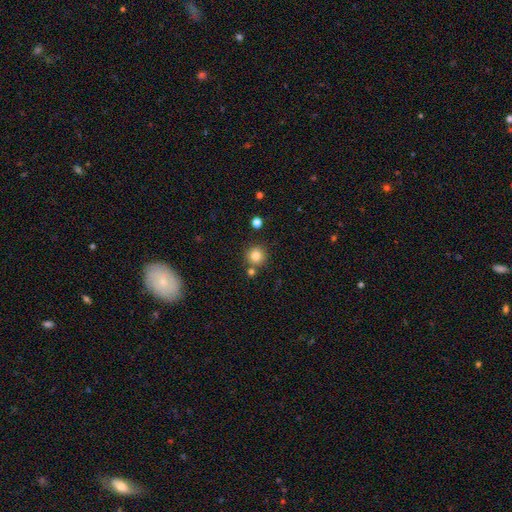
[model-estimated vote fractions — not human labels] A smooth galaxy with no disk features (82%) that is round (95%).

Vote fractions:
- Smooth or featured? smooth: 82% / star or artifact: 12% / featured or disk: 7%
- How rounded? round: 95% / in between: 4% / cigar-shaped: 1%
- Merging? none: 81% / merger: 10% / minor disturbance: 7% / major disturbance: 2%